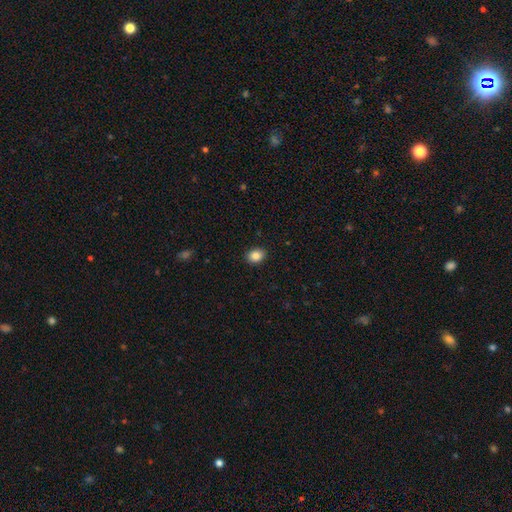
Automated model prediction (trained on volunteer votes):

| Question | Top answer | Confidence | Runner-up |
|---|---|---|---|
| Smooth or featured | smooth | 87% | star or artifact (9%) |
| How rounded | in between | 60% | round (39%) |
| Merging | none | 89% | minor disturbance (8%) |